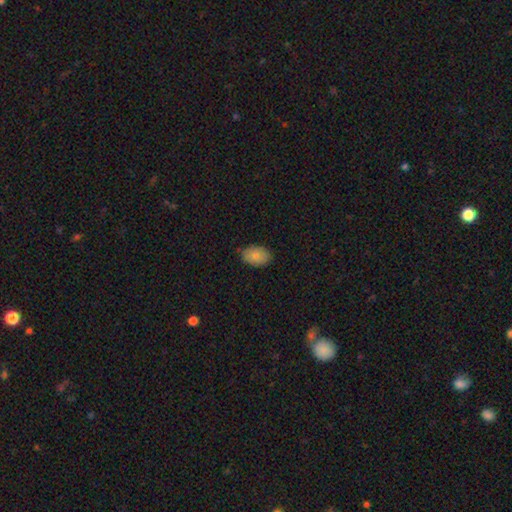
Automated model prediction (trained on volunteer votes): Q: Smooth or featured?
A: smooth (82%); runner-up: featured or disk (11%)
Q: How rounded?
A: in between (85%); runner-up: round (14%)
Q: Merging?
A: none (83%); runner-up: minor disturbance (14%)